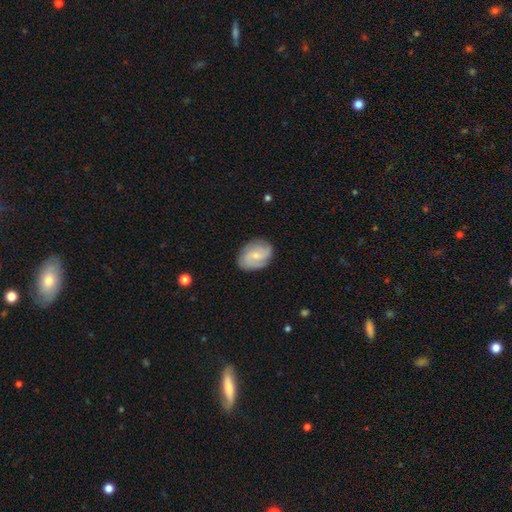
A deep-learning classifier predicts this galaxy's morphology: The model was most divided on "bar": no: 49%, weak: 44%, strong: 8%. Remaining: edge-on disk — no (97%); spiral arms — yes (89%); merging — none (80%); bulge size — small (63%); smooth or featured — featured or disk (59%); spiral winding — medium (43%); spiral arm count — 2 (38%).